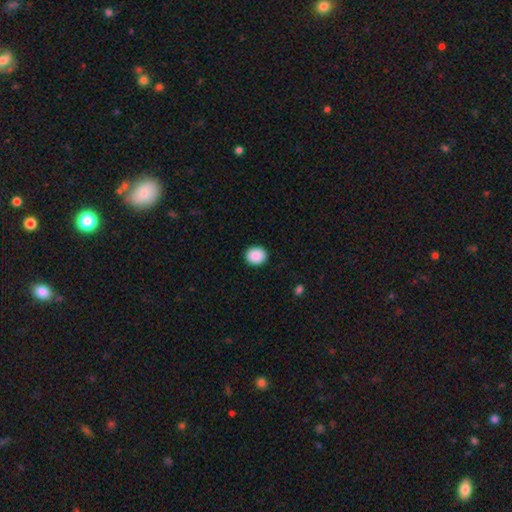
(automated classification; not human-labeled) Overall: smooth (90%). How rounded: round (70%). Merging: none (92%).